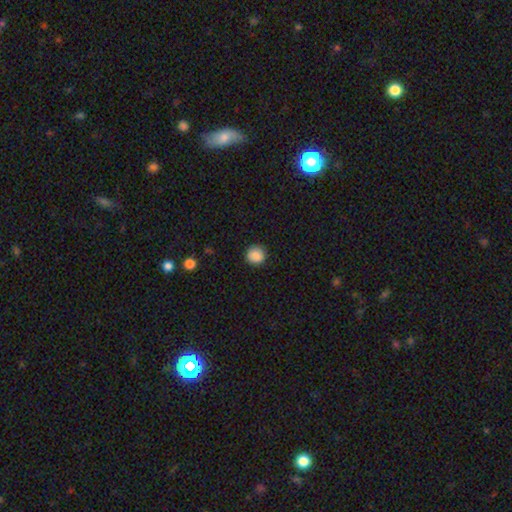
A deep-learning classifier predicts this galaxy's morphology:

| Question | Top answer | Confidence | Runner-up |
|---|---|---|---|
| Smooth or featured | smooth | 88% | star or artifact (9%) |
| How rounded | round | 93% | in between (6%) |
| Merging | none | 91% | minor disturbance (7%) |